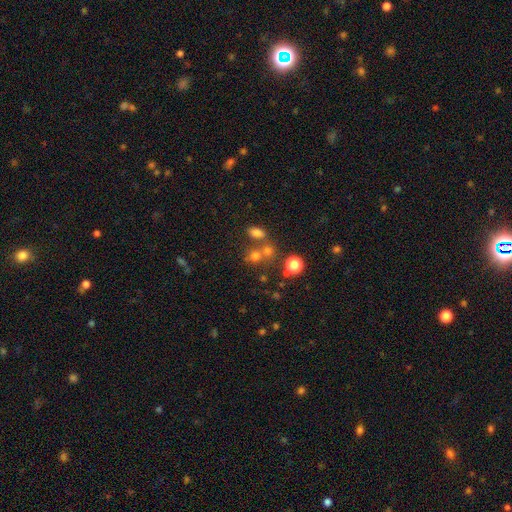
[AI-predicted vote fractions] Morphology: type=smooth (67%); roundness=round (72%); merging=none (52%).